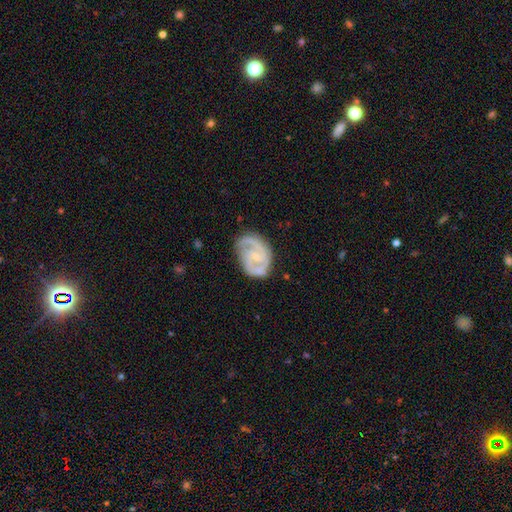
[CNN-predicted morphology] type=featured or disk (86%); edge-on=no (98%); bar=no (50%); spiral arms=yes (96%); winding=medium (48%); arm count=2 (75%); bulge=small (69%); merging=none (70%).